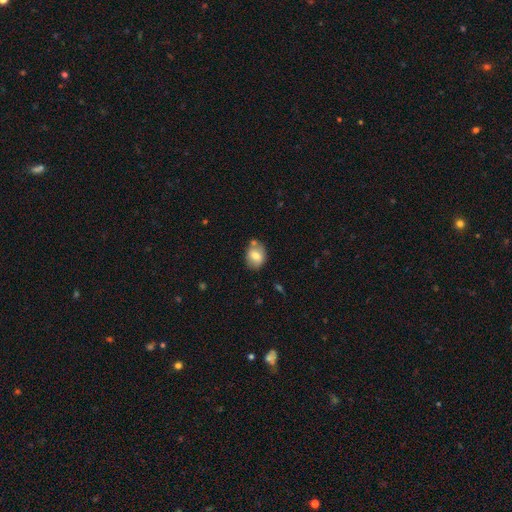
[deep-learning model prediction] Smooth or featured? Predicted: smooth (p=0.71). How rounded? Predicted: in between (p=0.54). Merging? Predicted: none (p=0.66).